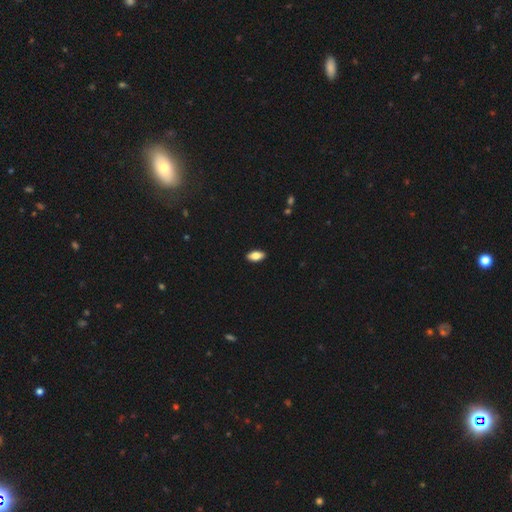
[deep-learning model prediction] A smooth galaxy with no disk features (82%) that is in between round and cigar-shaped (90%).

Vote fractions:
- Smooth or featured? smooth: 82% / featured or disk: 11% / star or artifact: 7%
- How rounded? in between: 90% / cigar-shaped: 7% / round: 3%
- Merging? none: 90% / minor disturbance: 7% / major disturbance: 2% / merger: 1%